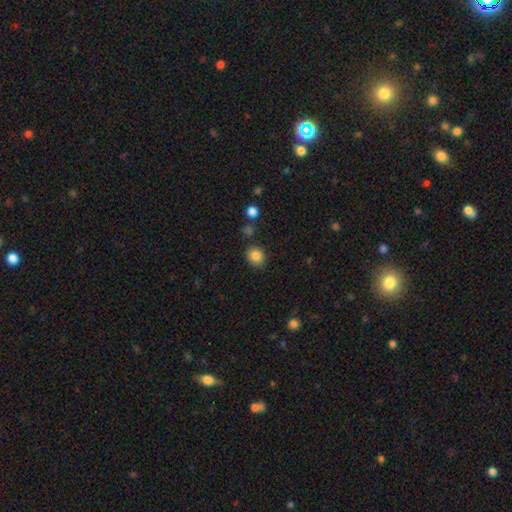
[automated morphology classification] Smooth or featured: smooth — 84% (star or artifact — 10%)
How rounded: round — 74% (in between — 25%)
Merging: none — 84% (minor disturbance — 10%)